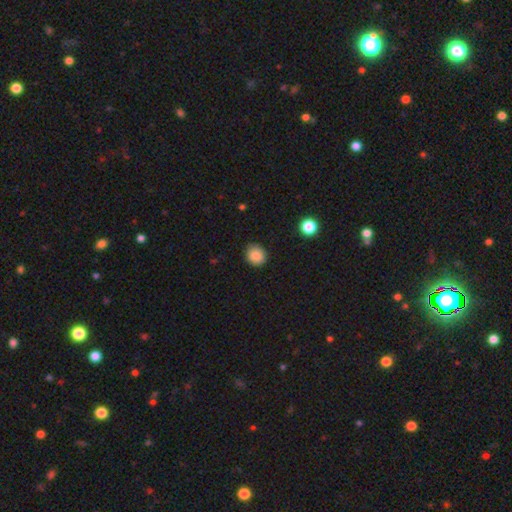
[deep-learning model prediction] Smooth or featured: smooth — 86% (star or artifact — 10%)
How rounded: round — 76% (in between — 23%)
Merging: none — 84% (minor disturbance — 12%)